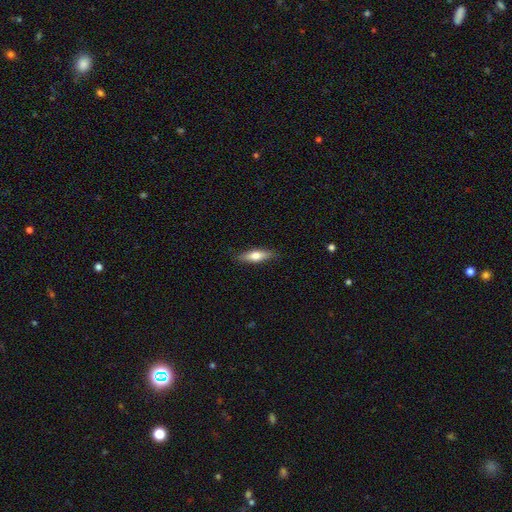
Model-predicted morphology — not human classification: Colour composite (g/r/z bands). It shows a smooth galaxy with no disk features (60%) that is cigar-shaped (60%). Merging: none (87%).